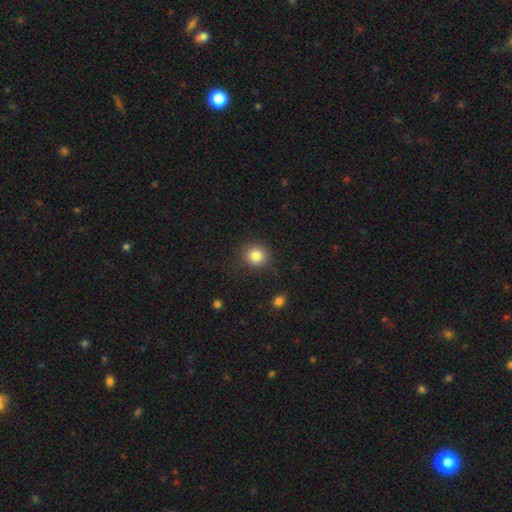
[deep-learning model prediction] Q: Smooth or featured?
A: smooth (83%); runner-up: star or artifact (11%)
Q: How rounded?
A: round (87%); runner-up: in between (12%)
Q: Merging?
A: none (87%); runner-up: minor disturbance (9%)